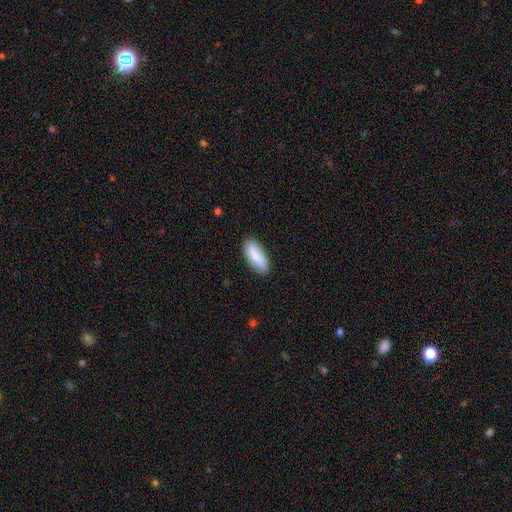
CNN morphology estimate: Smooth or featured?
  - smooth: 84% *
  - featured or disk: 10%
  - star or artifact: 6%
How rounded?
  - in between: 76% *
  - cigar-shaped: 22%
  - round: 2%
Merging?
  - none: 84% *
  - minor disturbance: 12%
  - major disturbance: 2%
  - merger: 1%